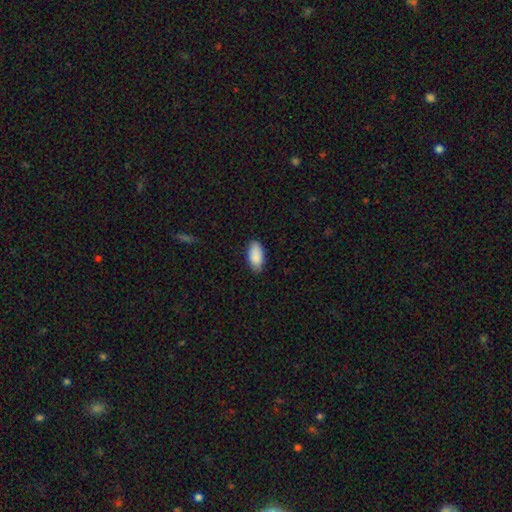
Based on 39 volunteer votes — Smooth or featured? 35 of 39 (90%) said smooth. How rounded? 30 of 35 (86%) said in between. Merging? 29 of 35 (83%) said none.